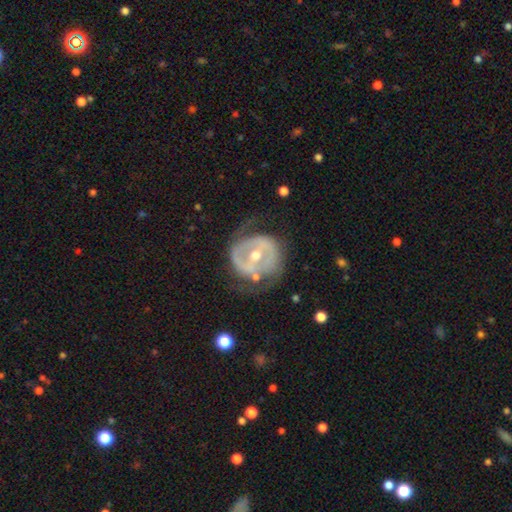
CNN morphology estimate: featured or disk 77%, smooth 18%, star or artifact 5%. Down the decision tree: edge-on disk — no (96%); bar — strong (40%); spiral arms — yes (57%); bulge size — moderate (64%); merging — none (56%).